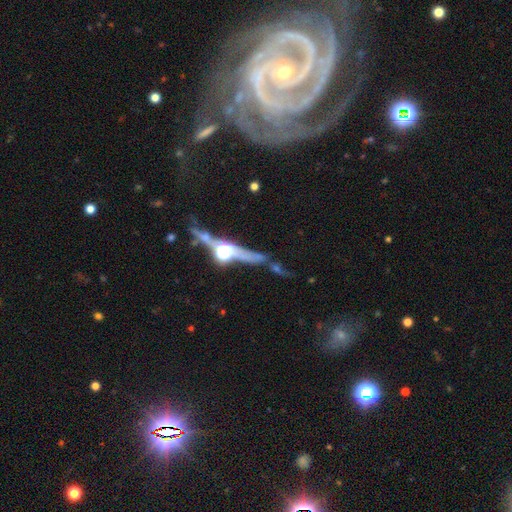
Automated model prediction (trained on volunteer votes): Smooth or featured? star or artifact (40%)